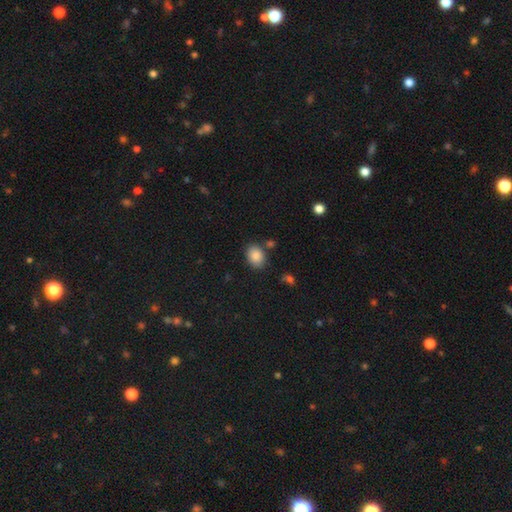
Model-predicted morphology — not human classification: Q: Smooth or featured?
A: smooth (87%); runner-up: star or artifact (8%)
Q: How rounded?
A: in between (68%); runner-up: round (31%)
Q: Merging?
A: none (79%); runner-up: minor disturbance (12%)